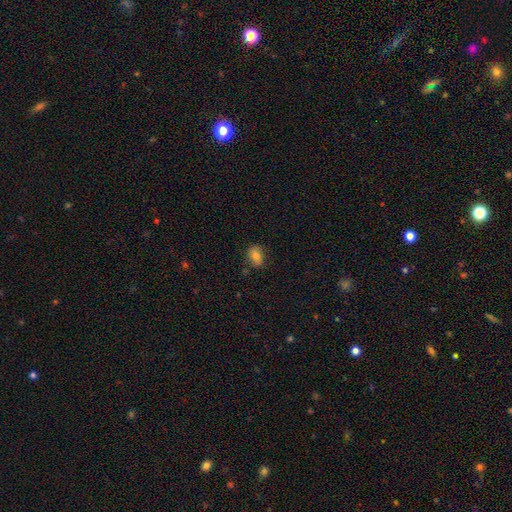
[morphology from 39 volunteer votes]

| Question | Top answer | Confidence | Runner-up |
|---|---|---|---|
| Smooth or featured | smooth | 74% | featured or disk (15%) |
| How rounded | in between | 76% | round (14%) |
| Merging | none | 77% | minor disturbance (17%) |